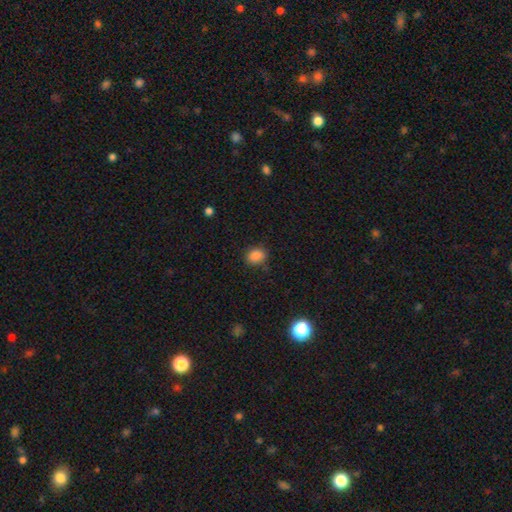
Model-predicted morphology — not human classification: type=smooth (86%); roundness=round (50%); merging=none (82%).